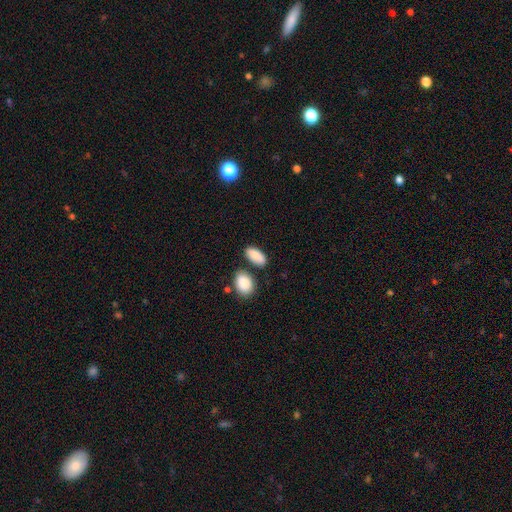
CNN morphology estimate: Smooth or featured?
  - smooth: 88% *
  - star or artifact: 6%
  - featured or disk: 6%
How rounded?
  - in between: 91% *
  - cigar-shaped: 4%
  - round: 4%
Merging?
  - none: 67% *
  - merger: 15%
  - minor disturbance: 14%
  - major disturbance: 4%